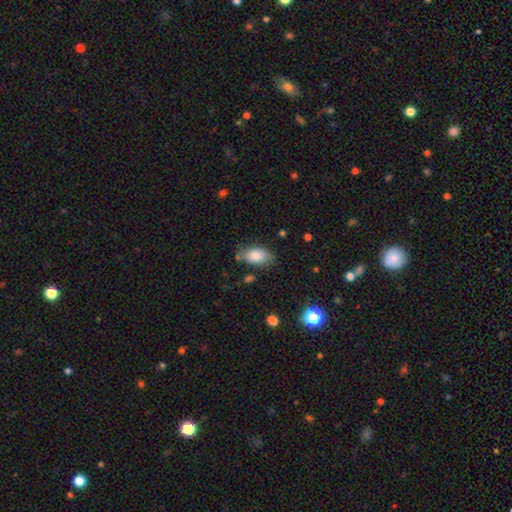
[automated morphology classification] Smooth or featured: smooth — 81% (featured or disk — 11%)
How rounded: in between — 91% (round — 6%)
Merging: none — 71% (minor disturbance — 21%)